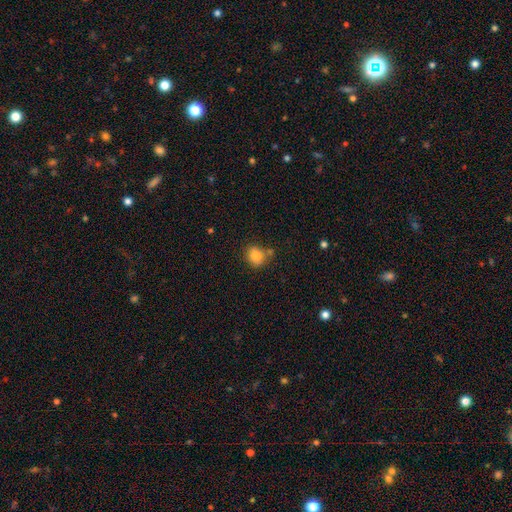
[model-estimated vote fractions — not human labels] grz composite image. It shows a smooth galaxy with no disk features (81%) that is round (69%). Merging: none (65%).